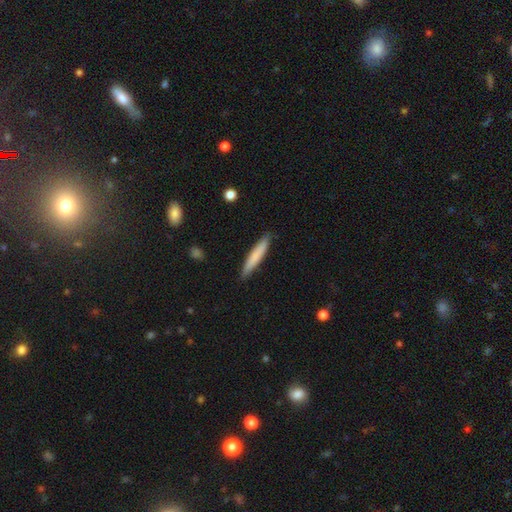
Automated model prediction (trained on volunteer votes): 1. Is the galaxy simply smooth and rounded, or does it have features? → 75% smooth, 19% featured or disk, 6% star or artifact.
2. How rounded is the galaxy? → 92% cigar-shaped, 6% in between, 1% round.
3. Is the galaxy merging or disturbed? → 89% none, 9% minor disturbance, 2% major disturbance, 1% merger.